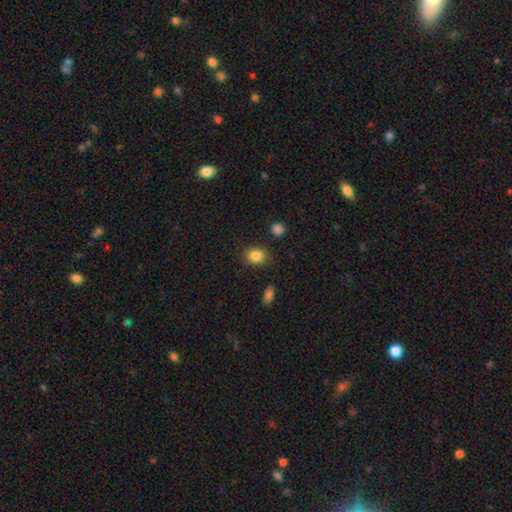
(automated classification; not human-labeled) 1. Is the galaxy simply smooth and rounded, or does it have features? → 85% smooth, 10% star or artifact, 5% featured or disk.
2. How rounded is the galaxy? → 56% round, 43% in between, 1% cigar-shaped.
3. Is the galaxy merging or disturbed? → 84% none, 10% minor disturbance, 3% major disturbance, 3% merger.